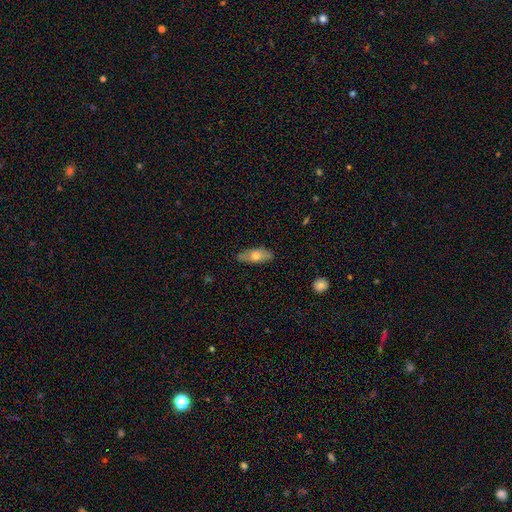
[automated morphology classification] Overall: smooth (63%; featured or disk 31%). How rounded: in between (73%). Merging: none (83%).